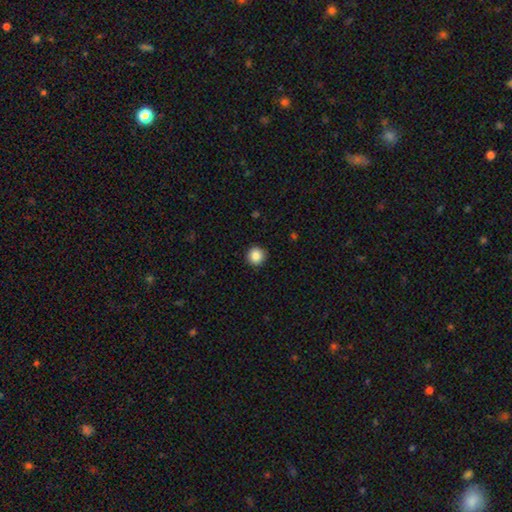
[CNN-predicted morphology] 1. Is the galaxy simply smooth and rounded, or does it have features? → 87% smooth, 9% star or artifact, 4% featured or disk.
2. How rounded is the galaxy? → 95% round, 4% in between, 1% cigar-shaped.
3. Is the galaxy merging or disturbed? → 92% none, 5% minor disturbance, 2% major disturbance, 1% merger.